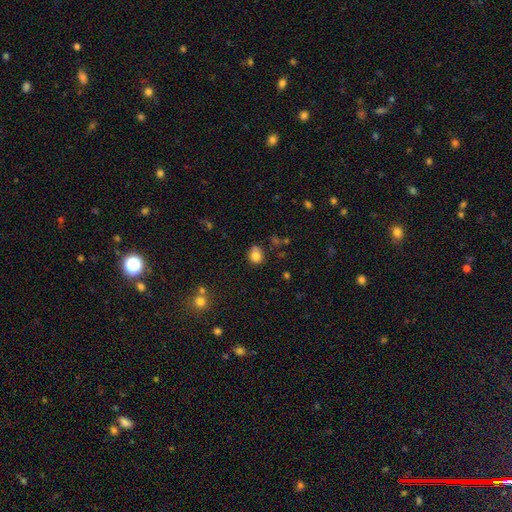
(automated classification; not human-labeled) Smooth or featured?
  - smooth: 81% *
  - star or artifact: 12%
  - featured or disk: 7%
How rounded?
  - round: 68% *
  - in between: 31%
  - cigar-shaped: 1%
Merging?
  - none: 66% *
  - minor disturbance: 20%
  - merger: 9%
  - major disturbance: 5%